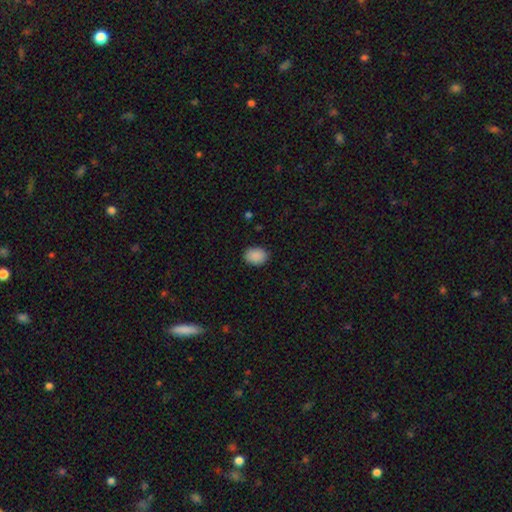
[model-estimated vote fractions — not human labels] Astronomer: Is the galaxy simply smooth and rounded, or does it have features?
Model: smooth — 90%.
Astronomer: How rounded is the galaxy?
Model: in between — 68%.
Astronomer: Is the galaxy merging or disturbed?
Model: none — 87%.